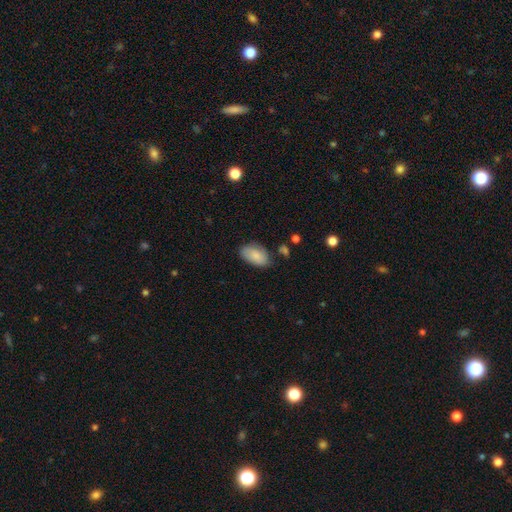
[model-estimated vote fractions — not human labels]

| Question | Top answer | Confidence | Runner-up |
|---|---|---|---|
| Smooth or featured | smooth | 83% | featured or disk (10%) |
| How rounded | in between | 93% | round (5%) |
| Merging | none | 68% | minor disturbance (24%) |